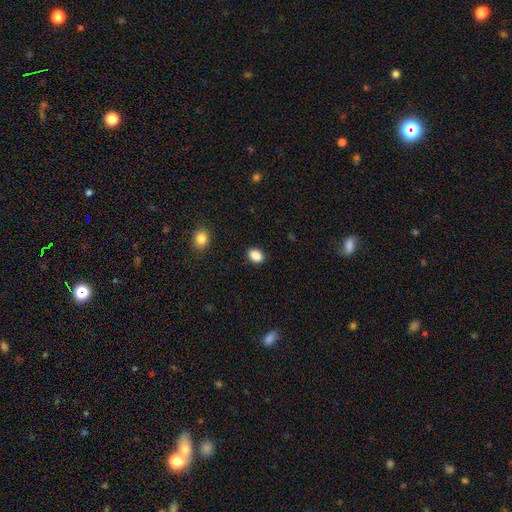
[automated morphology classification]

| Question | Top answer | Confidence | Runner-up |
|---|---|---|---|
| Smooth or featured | smooth | 88% | star or artifact (9%) |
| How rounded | in between | 76% | round (23%) |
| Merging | none | 89% | minor disturbance (8%) |